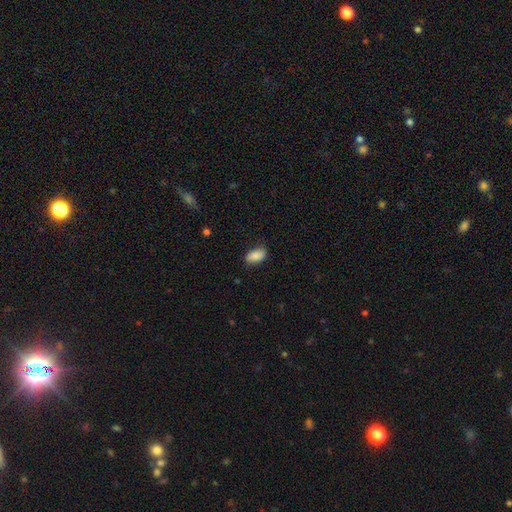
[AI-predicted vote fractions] A smooth galaxy with no disk features (86%) that is in between round and cigar-shaped (92%).

Vote fractions:
- Smooth or featured? smooth: 86% / featured or disk: 7% / star or artifact: 7%
- How rounded? in between: 92% / round: 4% / cigar-shaped: 3%
- Merging? none: 78% / minor disturbance: 17% / major disturbance: 3% / merger: 1%